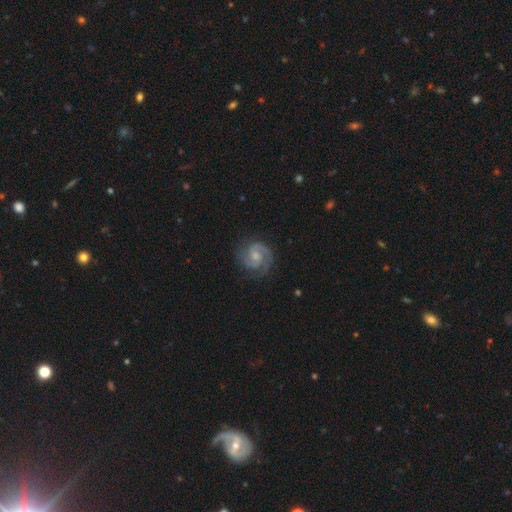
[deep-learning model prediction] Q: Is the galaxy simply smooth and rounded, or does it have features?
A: featured or disk — 91%.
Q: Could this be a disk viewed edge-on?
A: no — 98%.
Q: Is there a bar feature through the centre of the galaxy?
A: no — 55%.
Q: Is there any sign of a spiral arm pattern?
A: yes — 98%.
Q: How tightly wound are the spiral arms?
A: tight — 50%.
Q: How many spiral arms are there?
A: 2 — 86%.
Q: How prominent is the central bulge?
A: small — 50%.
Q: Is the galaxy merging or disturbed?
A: none — 79%.